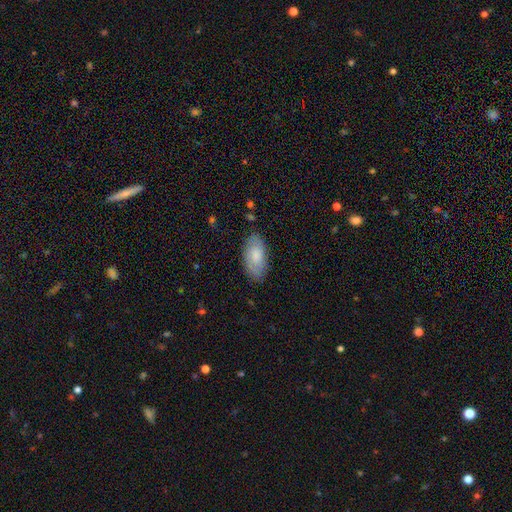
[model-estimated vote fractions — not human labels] Overall: smooth (66%; featured or disk 27%). How rounded: in between (93%). Merging: none (81%).